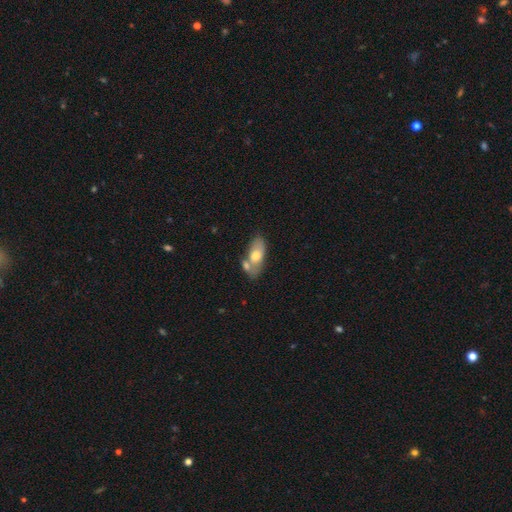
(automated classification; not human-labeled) Overall: smooth (64%; featured or disk 30%). How rounded: in between (87%). Merging: none (43%; merger 38%).